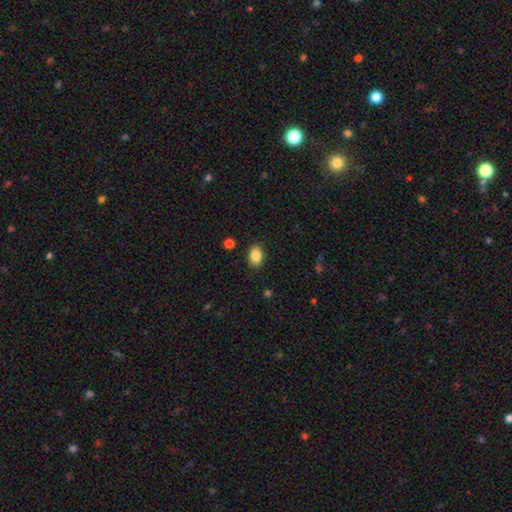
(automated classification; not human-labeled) Morphology: type=smooth (87%); roundness=in between (76%); merging=none (88%).